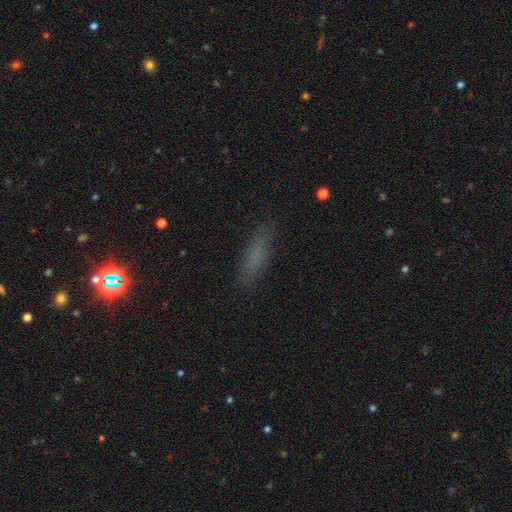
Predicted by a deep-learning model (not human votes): Morphology: type=smooth (66%); roundness=cigar-shaped (62%); merging=none (81%).